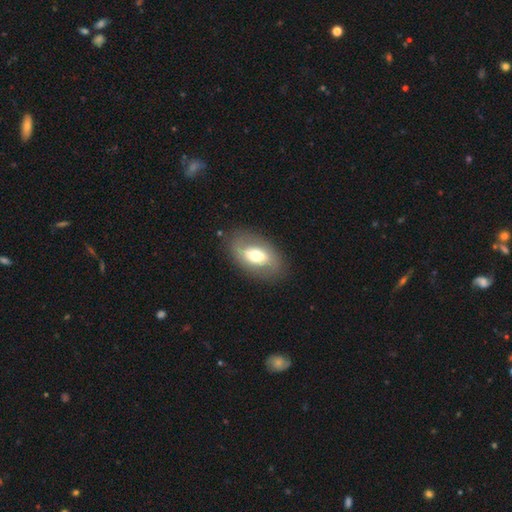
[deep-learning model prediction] Smooth or featured? Predicted: smooth (p=0.51). How rounded? Predicted: in between (p=0.88). Merging? Predicted: none (p=0.81).